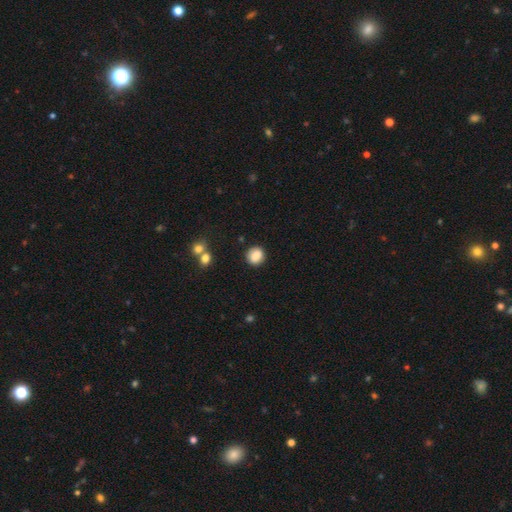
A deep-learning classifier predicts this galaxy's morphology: smooth 87%, star or artifact 8%, featured or disk 5%. Down the decision tree: how rounded — round (81%); merging — none (87%).